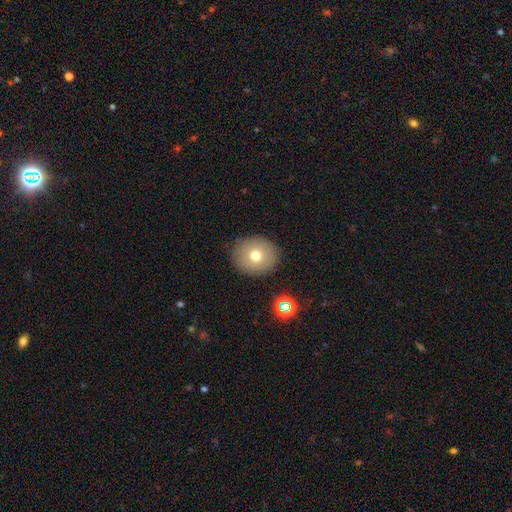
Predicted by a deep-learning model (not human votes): Smooth or featured? smooth (71%)
How rounded? round (80%)
Merging? none (88%)